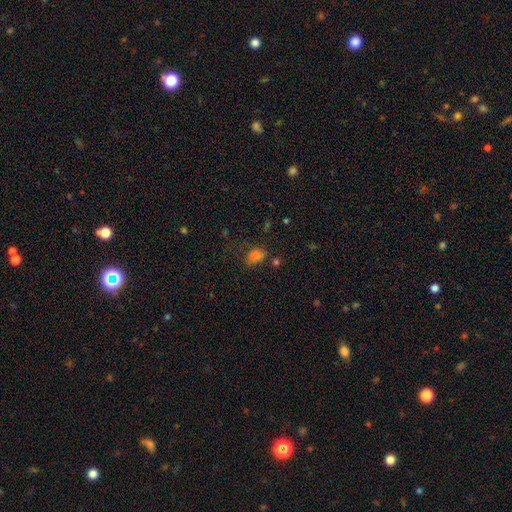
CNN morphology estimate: Smooth or featured? Predicted: smooth (p=0.73). How rounded? Predicted: in between (p=0.60). Merging? Predicted: none (p=0.60).